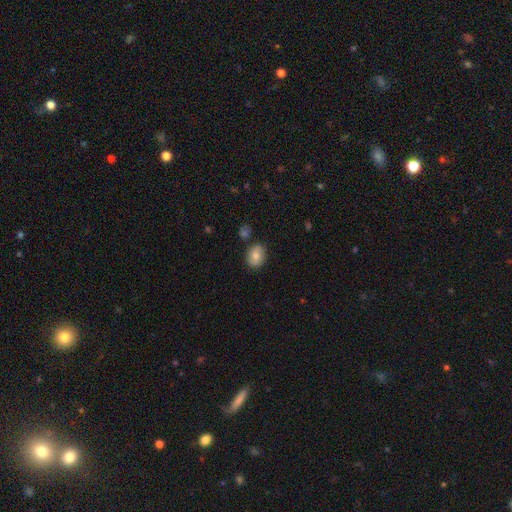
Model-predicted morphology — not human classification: A smooth galaxy with no disk features (77%) that is in between round and cigar-shaped (55%). Merging: none (82%).